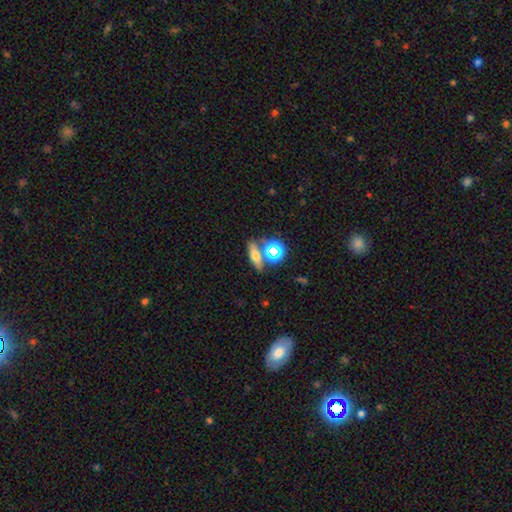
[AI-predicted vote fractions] Morphology: type=smooth (54%); roundness=in between (45%); merging=none (69%).